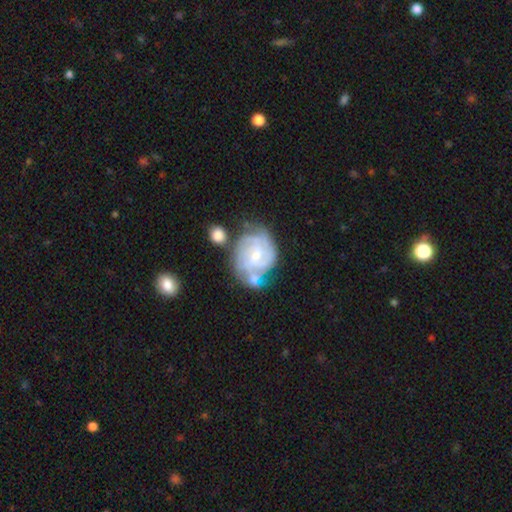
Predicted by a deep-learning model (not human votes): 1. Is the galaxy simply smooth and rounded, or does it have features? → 82% featured or disk, 13% smooth, 6% star or artifact.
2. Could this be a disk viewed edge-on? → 98% no, 2% yes.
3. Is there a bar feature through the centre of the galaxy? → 50% weak, 40% no, 10% strong.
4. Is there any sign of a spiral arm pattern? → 94% yes, 6% no.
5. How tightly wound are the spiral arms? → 61% tight, 32% medium, 7% loose.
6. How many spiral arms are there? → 31% can't tell, 24% 3, 24% 2, 12% 4, 4% 1, 4% more than 4.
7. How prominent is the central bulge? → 65% small, 27% moderate, 6% none, 2% large, 1% dominant.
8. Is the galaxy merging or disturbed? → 47% none, 23% minor disturbance, 18% merger, 12% major disturbance.